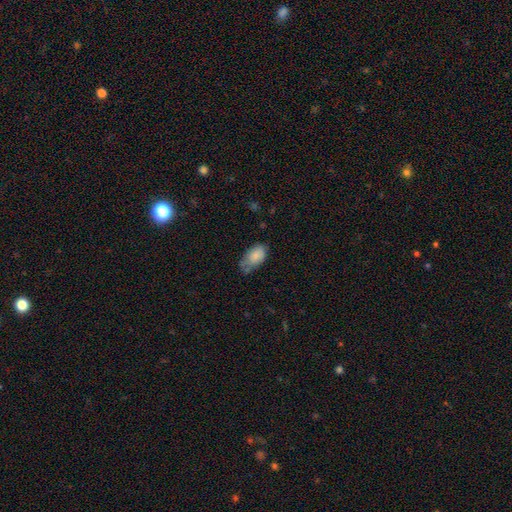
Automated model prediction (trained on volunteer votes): Smooth or featured? Predicted: smooth (p=0.83). How rounded? Predicted: in between (p=0.93). Merging? Predicted: none (p=0.50).